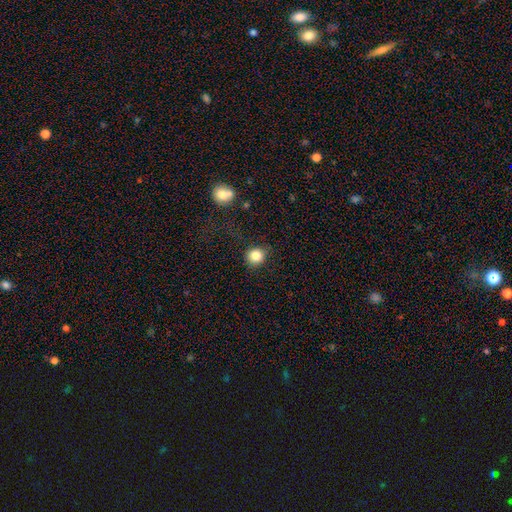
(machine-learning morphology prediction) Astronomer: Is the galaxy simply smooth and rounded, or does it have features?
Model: smooth — 83%.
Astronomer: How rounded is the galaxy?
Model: round — 89%.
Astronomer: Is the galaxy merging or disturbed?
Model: none — 86%.